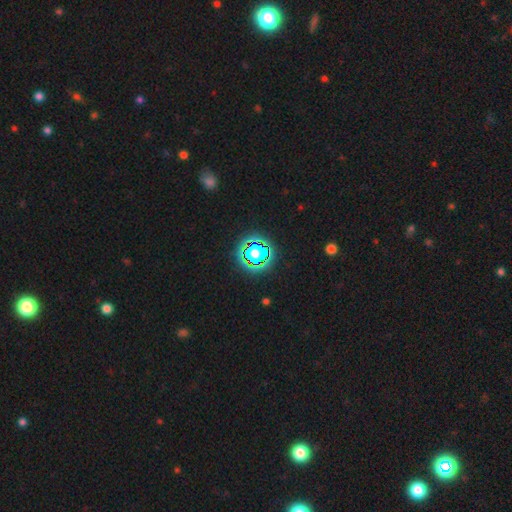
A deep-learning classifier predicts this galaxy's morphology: Smooth or featured?
  - star or artifact: 79% *
  - smooth: 14%
  - featured or disk: 7%